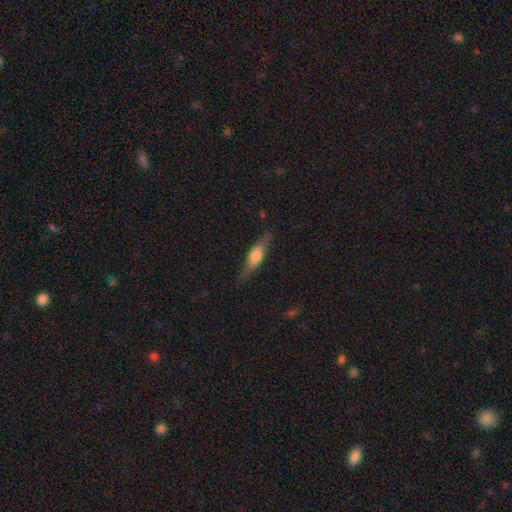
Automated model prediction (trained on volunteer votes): Smooth or featured: smooth — 50% (featured or disk — 44%)
How rounded: cigar-shaped — 66% (in between — 32%)
Merging: none — 82% (minor disturbance — 14%)